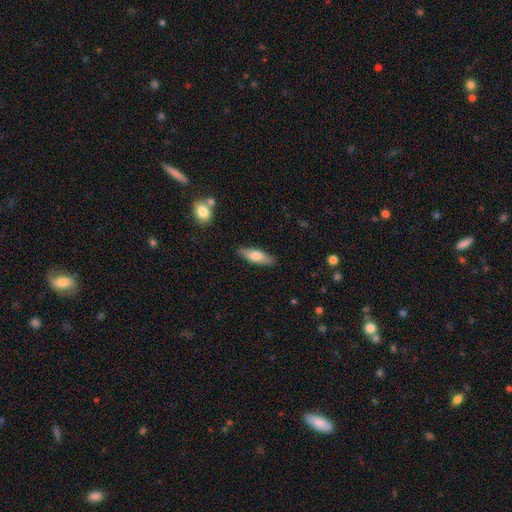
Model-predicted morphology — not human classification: Smooth or featured? smooth (69%)
How rounded? in between (51%)
Merging? none (86%)